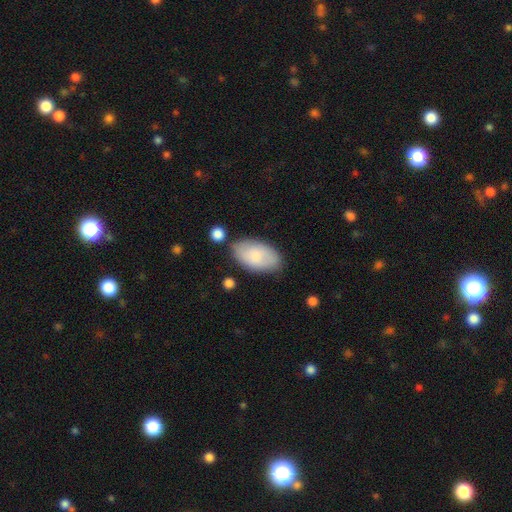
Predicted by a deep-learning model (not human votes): A smooth galaxy with no disk features (77%) that is in between round and cigar-shaped (95%).

Vote fractions:
- Smooth or featured? smooth: 77% / featured or disk: 17% / star or artifact: 6%
- How rounded? in between: 95% / round: 3% / cigar-shaped: 2%
- Merging? none: 73% / minor disturbance: 17% / merger: 6% / major disturbance: 4%